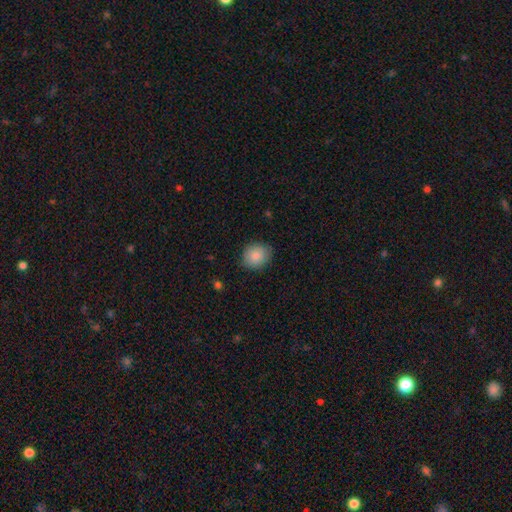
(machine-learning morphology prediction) Smooth or featured? Predicted: smooth (p=0.86). How rounded? Predicted: round (p=0.71). Merging? Predicted: none (p=0.84).